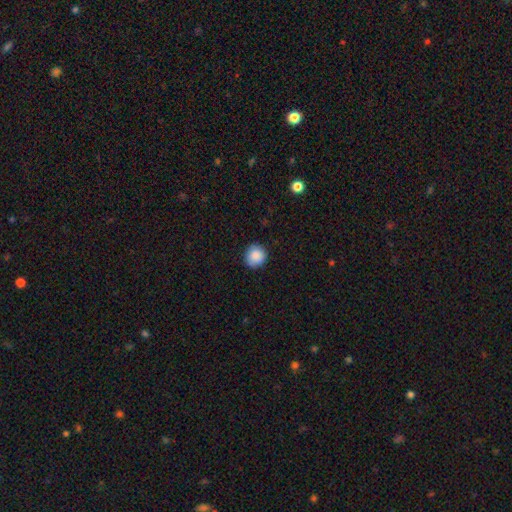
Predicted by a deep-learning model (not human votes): smooth_or_featured: smooth (p=0.87) [alt: star or artifact p=0.08]
how_rounded: round (p=0.88) [alt: in between p=0.11]
merging: none (p=0.86) [alt: minor disturbance p=0.11]